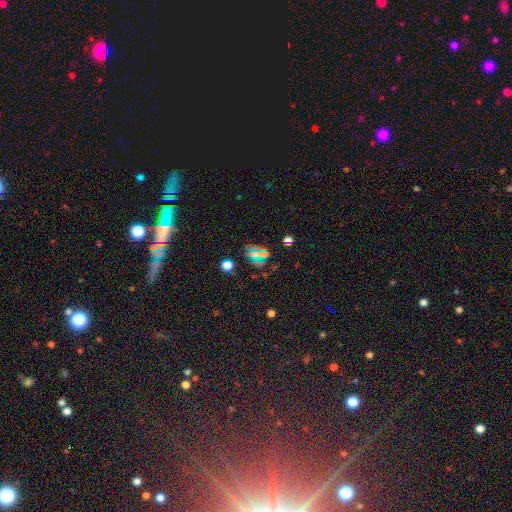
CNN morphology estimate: This is possibly a star or artifact rather than a galaxy (50%).